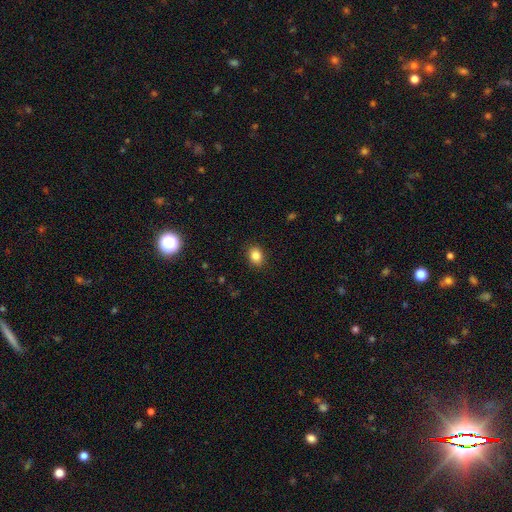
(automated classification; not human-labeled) Smooth or featured: smooth — 85% (star or artifact — 10%)
How rounded: in between — 61% (round — 38%)
Merging: none — 88% (minor disturbance — 8%)